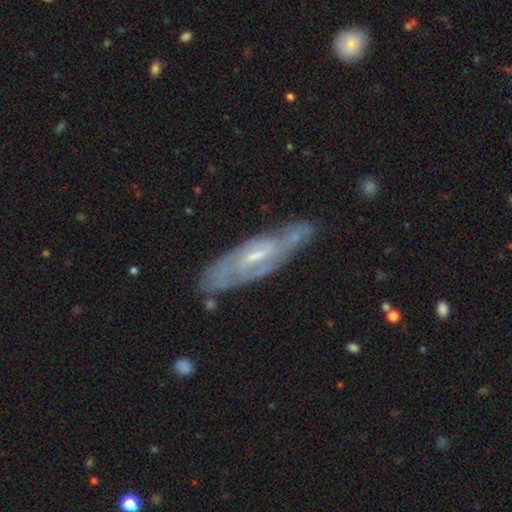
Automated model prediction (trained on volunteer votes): A featured or disk galaxy (79%) with a weak bar (52%), 2 (50%) tight (52%) spiral arms (88%) and a small central bulge (58%).

Vote fractions:
- Smooth or featured? featured or disk: 79% / smooth: 14% / star or artifact: 7%
- Edge-on disk? no: 76% / yes: 24%
- Bar? weak: 52% / no: 28% / strong: 20%
- Spiral arms? yes: 88% / no: 12%
- Spiral winding? tight: 52% / medium: 38% / loose: 10%
- Spiral arm count? 2: 50% / can't tell: 34% / 3: 6% / 1: 4% / 4: 3% / more than 4: 2%
- Bulge size? small: 58% / moderate: 33% / none: 6% / large: 2% / dominant: 1%
- Merging? none: 72% / minor disturbance: 19% / major disturbance: 6% / merger: 3%